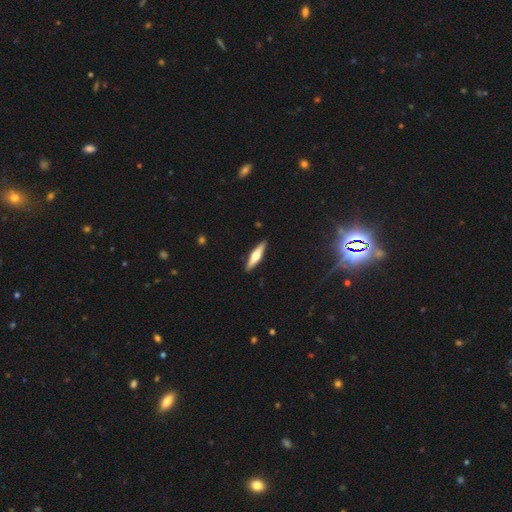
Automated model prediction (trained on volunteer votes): Smooth or featured? Predicted: featured or disk (p=0.60). Edge-on disk? Predicted: yes (p=0.96). Edge-on bulge? Predicted: rounded (p=0.94). Merging? Predicted: none (p=0.91).